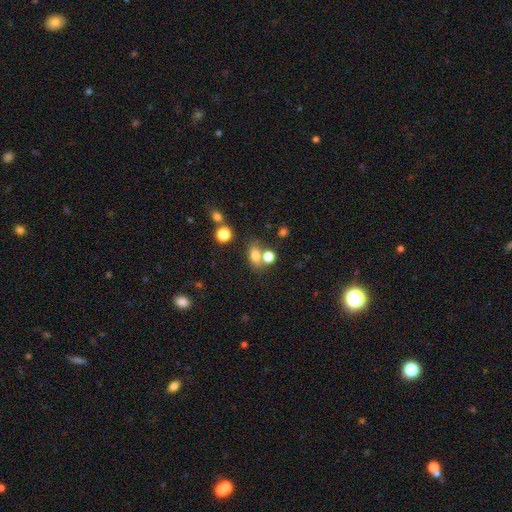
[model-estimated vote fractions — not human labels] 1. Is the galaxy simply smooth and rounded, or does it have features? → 74% smooth, 15% star or artifact, 11% featured or disk.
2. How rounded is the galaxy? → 70% in between, 27% round, 3% cigar-shaped.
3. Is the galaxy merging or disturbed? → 50% none, 33% merger, 12% minor disturbance, 6% major disturbance.